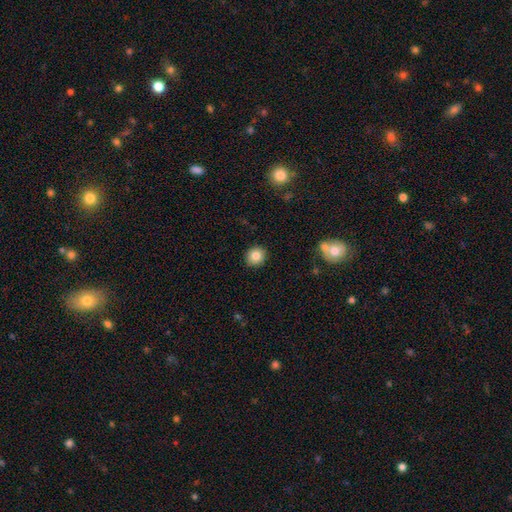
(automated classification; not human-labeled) smooth 83%, star or artifact 10%, featured or disk 8%. Down the decision tree: how rounded — round (81%); merging — none (91%).